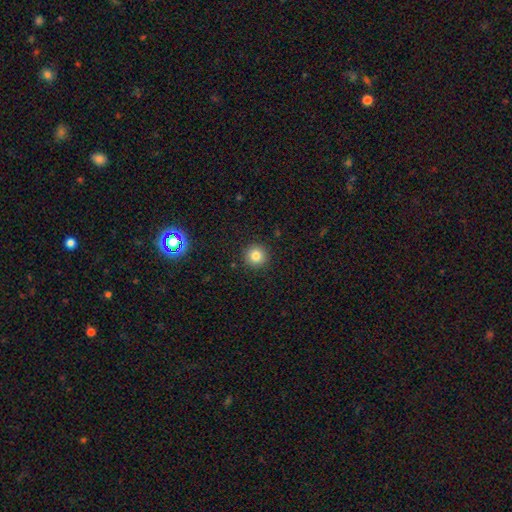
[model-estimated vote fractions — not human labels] A smooth galaxy with no disk features (83%) that is round (95%).

Vote fractions:
- Smooth or featured? smooth: 83% / star or artifact: 11% / featured or disk: 6%
- How rounded? round: 95% / in between: 4% / cigar-shaped: 1%
- Merging? none: 92% / minor disturbance: 5% / major disturbance: 2% / merger: 1%